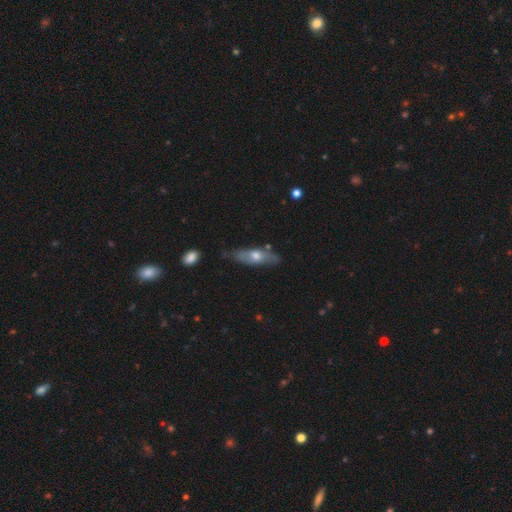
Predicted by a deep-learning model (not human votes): Overall: featured or disk (50%; smooth 44%). Edge-on disk: yes (56%; no 44%). Merging: none (74%).